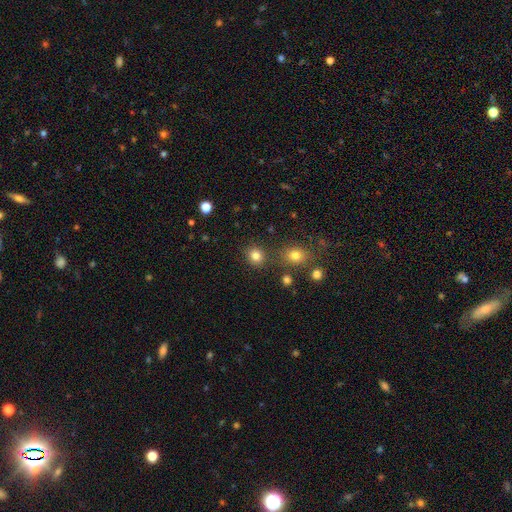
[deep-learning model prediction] Smooth or featured?
  - smooth: 82% *
  - star or artifact: 13%
  - featured or disk: 5%
How rounded?
  - round: 83% *
  - in between: 16%
  - cigar-shaped: 1%
Merging?
  - none: 82% *
  - minor disturbance: 8%
  - merger: 7%
  - major disturbance: 3%